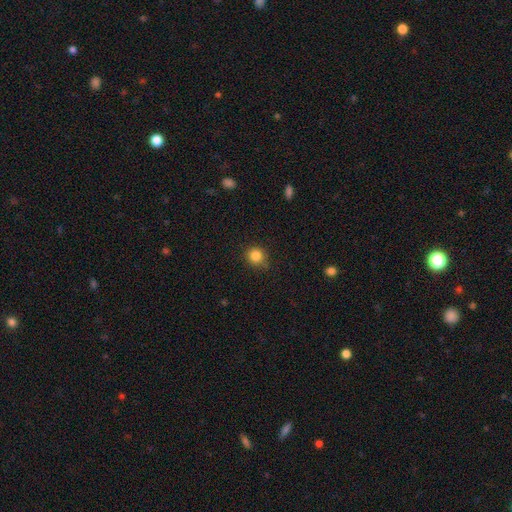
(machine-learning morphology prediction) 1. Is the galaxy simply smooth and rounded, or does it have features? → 84% smooth, 11% star or artifact, 5% featured or disk.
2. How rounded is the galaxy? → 90% round, 9% in between, 1% cigar-shaped.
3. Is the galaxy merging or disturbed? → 81% none, 14% minor disturbance, 3% major disturbance, 1% merger.